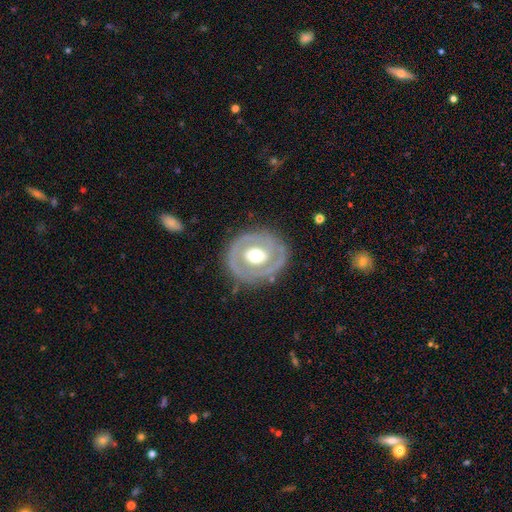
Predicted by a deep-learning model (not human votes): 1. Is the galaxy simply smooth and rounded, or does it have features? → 71% featured or disk, 24% smooth, 5% star or artifact.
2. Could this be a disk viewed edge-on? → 95% no, 5% yes.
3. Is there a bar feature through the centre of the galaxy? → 66% no, 24% weak, 10% strong.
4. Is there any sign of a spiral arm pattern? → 60% no, 40% yes.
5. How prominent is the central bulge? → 61% moderate, 31% large, 5% small, 2% dominant, 1% none.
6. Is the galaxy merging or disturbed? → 80% none, 13% minor disturbance, 5% major disturbance, 1% merger.